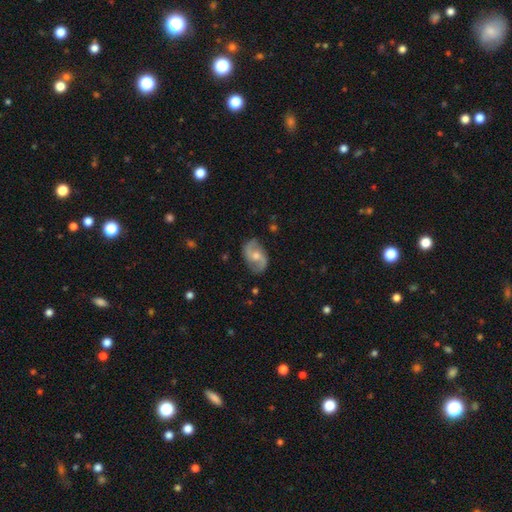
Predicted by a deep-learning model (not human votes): Smooth or featured: featured or disk — 83% (smooth — 12%)
Edge-on disk: no — 97% (yes — 3%)
Bar: no — 52% (weak — 39%)
Spiral arms: yes — 95% (no — 5%)
Spiral winding: loose — 49% (medium — 40%)
Spiral arm count: 2 — 93% (can't tell — 3%)
Bulge size: moderate — 62% (small — 31%)
Merging: none — 81% (minor disturbance — 14%)